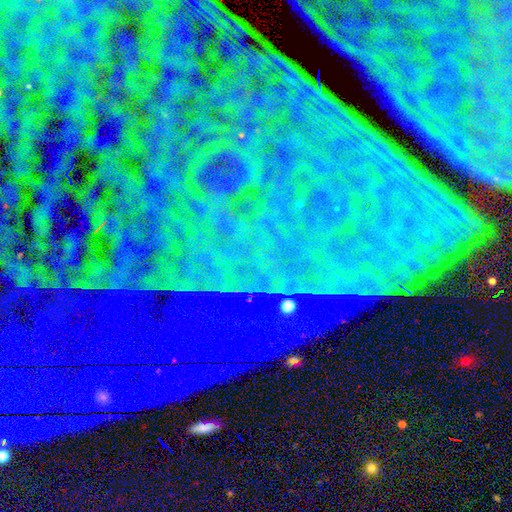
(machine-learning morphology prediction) Overall: star or artifact (86%).